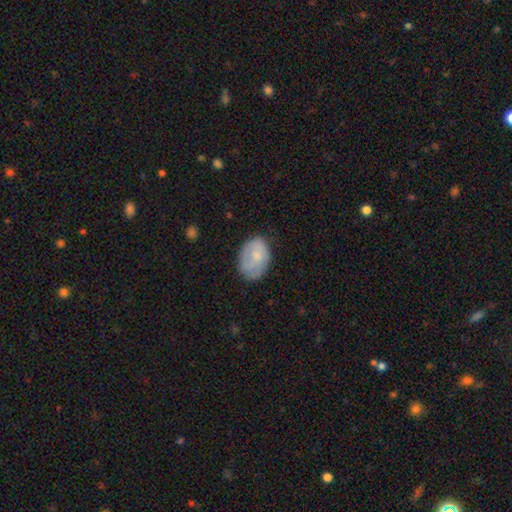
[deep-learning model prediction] Smooth or featured?
  - smooth: 68% *
  - featured or disk: 25%
  - star or artifact: 7%
How rounded?
  - in between: 83% *
  - round: 15%
  - cigar-shaped: 1%
Merging?
  - none: 69% *
  - minor disturbance: 24%
  - major disturbance: 6%
  - merger: 1%